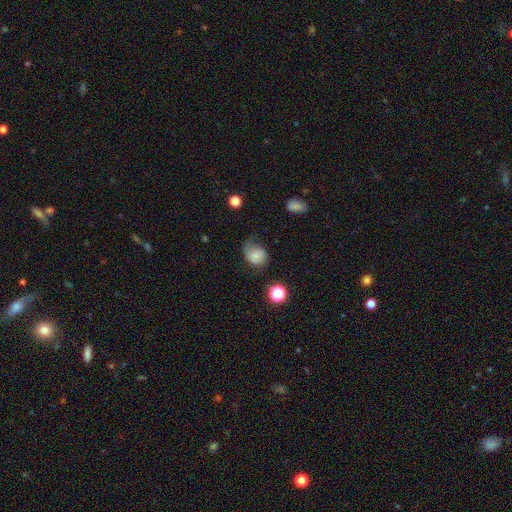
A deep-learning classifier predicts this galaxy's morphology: type=smooth (56%); roundness=round (64%); merging=none (40%).